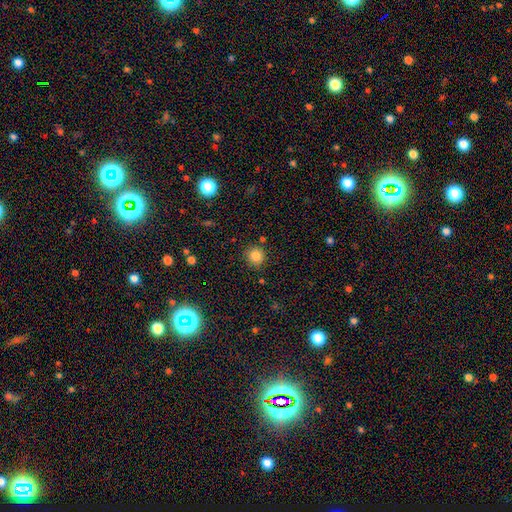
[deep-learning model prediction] Smooth or featured?
  - smooth: 83% *
  - star or artifact: 12%
  - featured or disk: 5%
How rounded?
  - round: 92% *
  - in between: 7%
  - cigar-shaped: 1%
Merging?
  - none: 86% *
  - minor disturbance: 8%
  - merger: 3%
  - major disturbance: 2%